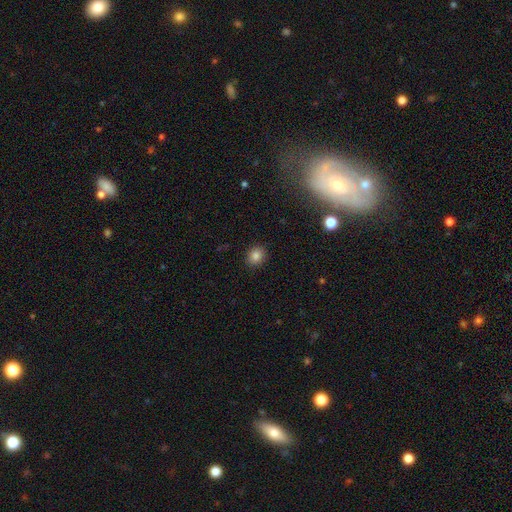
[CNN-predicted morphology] The model was most divided on "how rounded": round: 67%, in between: 33%, cigar-shaped: 1%. More confident: merging — none (90%); smooth or featured — smooth (84%).